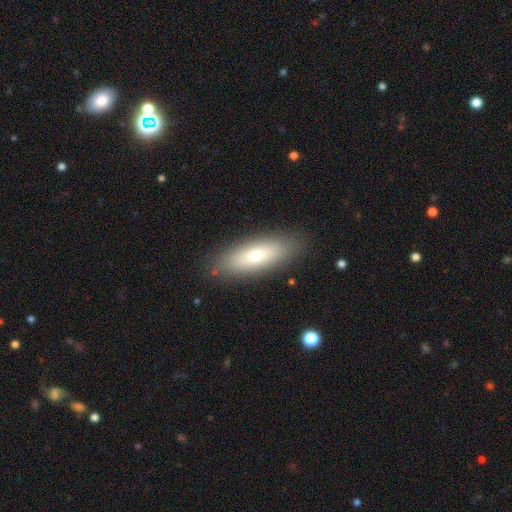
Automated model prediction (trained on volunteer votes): A smooth galaxy with no disk features (66%) that is in between round and cigar-shaped (62%). Merging: none (87%).